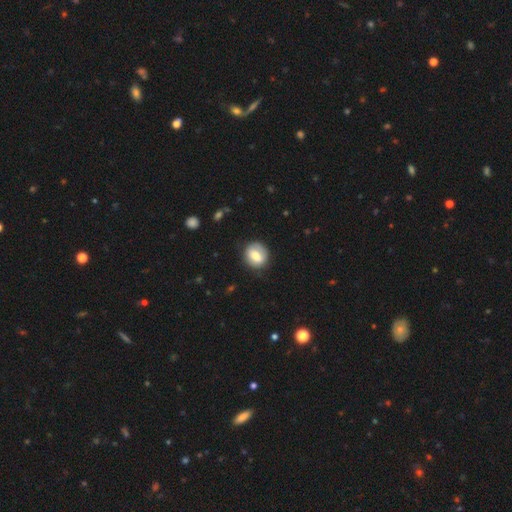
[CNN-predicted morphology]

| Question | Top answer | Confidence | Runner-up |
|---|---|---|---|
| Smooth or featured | smooth | 70% | featured or disk (22%) |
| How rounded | round | 69% | in between (30%) |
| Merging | none | 78% | minor disturbance (16%) |